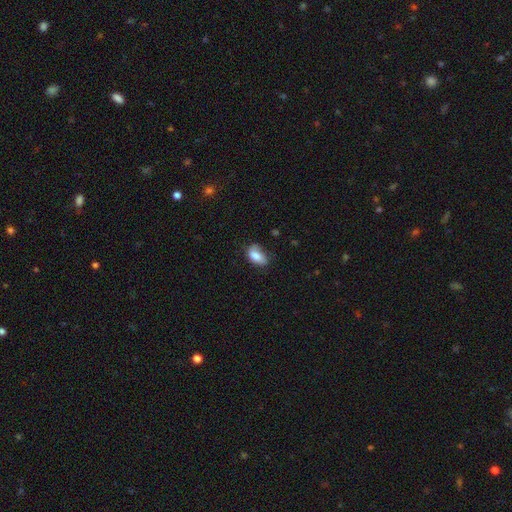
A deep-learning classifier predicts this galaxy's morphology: The model was most divided on "merging": none: 51%, minor disturbance: 34%, major disturbance: 12%, merger: 3%. More confident: how rounded — in between (90%); smooth or featured — smooth (80%).